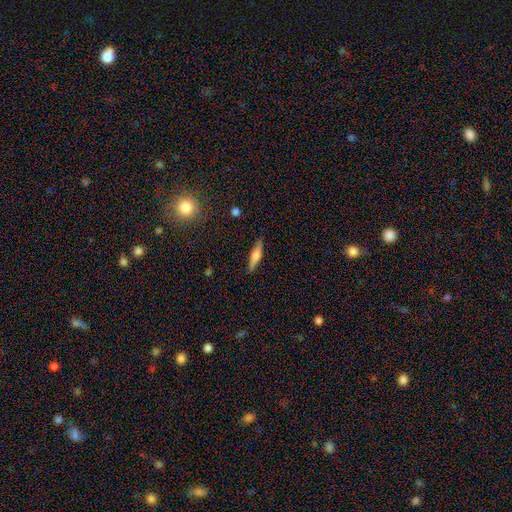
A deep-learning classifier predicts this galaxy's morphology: Smooth or featured? smooth (57%)
How rounded? cigar-shaped (74%)
Merging? none (85%)